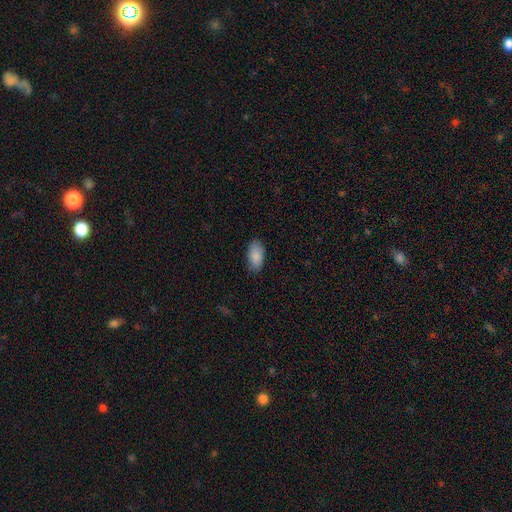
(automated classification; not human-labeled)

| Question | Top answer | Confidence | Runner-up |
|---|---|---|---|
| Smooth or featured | smooth | 88% | star or artifact (6%) |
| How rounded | in between | 94% | cigar-shaped (4%) |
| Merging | none | 84% | minor disturbance (12%) |